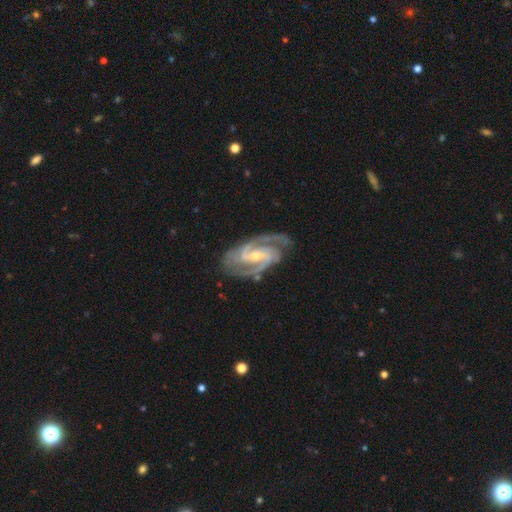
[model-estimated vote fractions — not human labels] smooth_or_featured: featured or disk (p=0.93) [alt: star or artifact p=0.04]
disk_edge_on: no (p=0.97) [alt: yes p=0.03]
bar: weak (p=0.43) [alt: no p=0.31]
has_spiral_arms: yes (p=0.99) [alt: no p=0.01]
spiral_winding: medium (p=0.53) [alt: tight p=0.40]
spiral_arm_count: 2 (p=0.68) [alt: 3 p=0.21]
bulge_size: small (p=0.54) [alt: moderate p=0.42]
merging: none (p=0.77) [alt: minor disturbance p=0.17]